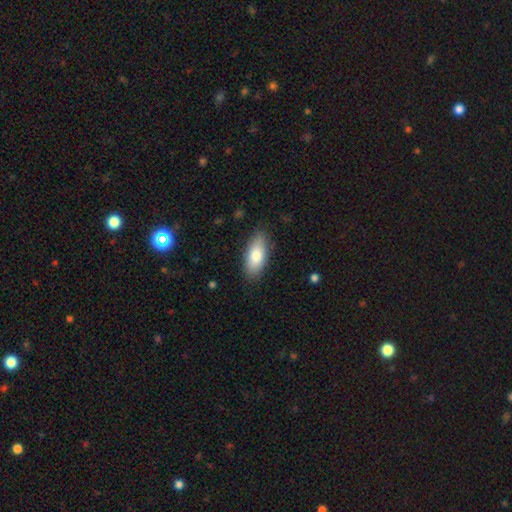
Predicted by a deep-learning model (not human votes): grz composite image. It shows a smooth galaxy with no disk features (78%) that is in between round and cigar-shaped (83%). Merging: none (84%).